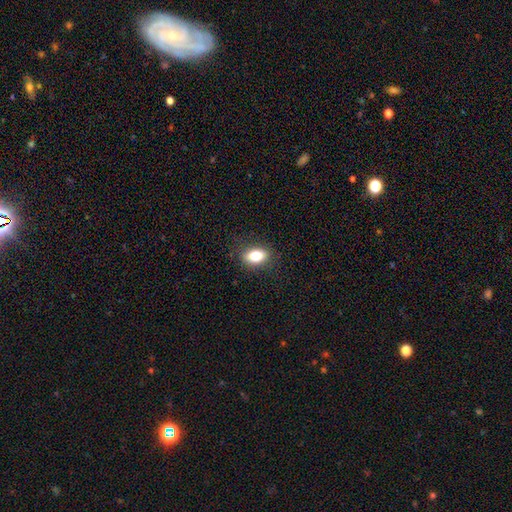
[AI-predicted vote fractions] Morphology: type=smooth (82%); roundness=in between (84%); merging=none (86%).